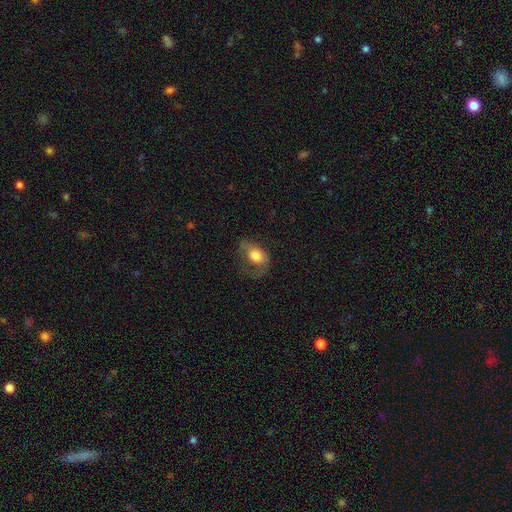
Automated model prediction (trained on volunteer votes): smooth-or-featured: smooth: 65% | featured or disk: 27% | star or artifact: 8%
  how-rounded: in between: 74% | round: 24% | cigar-shaped: 2%
  merging: none: 39% | major disturbance: 33% | minor disturbance: 26% | merger: 2%